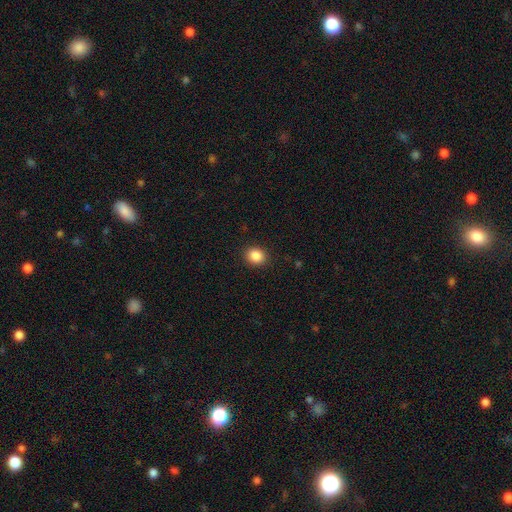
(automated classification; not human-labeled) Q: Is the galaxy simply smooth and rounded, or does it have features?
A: smooth — 87%.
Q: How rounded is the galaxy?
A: round — 67%.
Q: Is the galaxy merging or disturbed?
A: none — 90%.